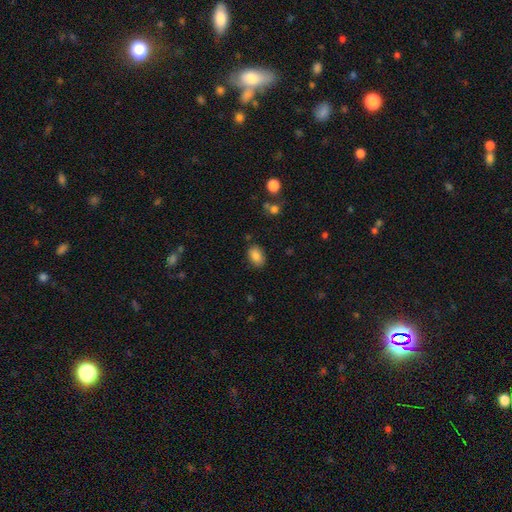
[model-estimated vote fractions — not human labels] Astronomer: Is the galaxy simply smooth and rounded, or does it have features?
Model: smooth — 86%.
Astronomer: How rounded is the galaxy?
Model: in between — 85%.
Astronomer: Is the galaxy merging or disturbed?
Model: none — 83%.